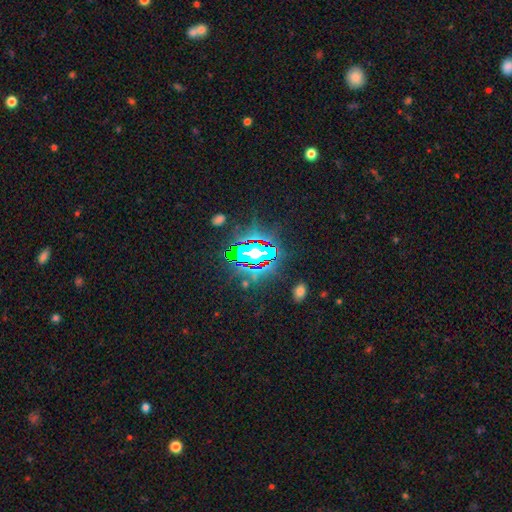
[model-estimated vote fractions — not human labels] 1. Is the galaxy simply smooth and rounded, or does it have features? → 82% star or artifact, 9% smooth, 9% featured or disk.